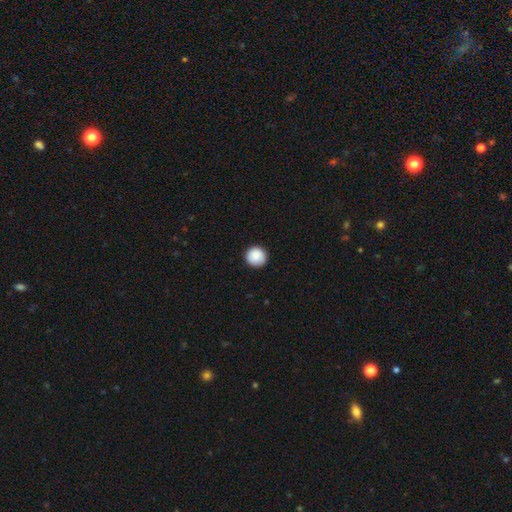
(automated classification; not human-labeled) Smooth or featured? Predicted: smooth (p=0.89). How rounded? Predicted: round (p=0.95). Merging? Predicted: none (p=0.92).